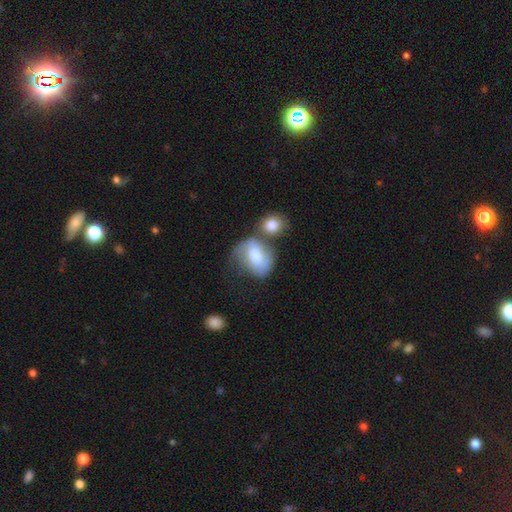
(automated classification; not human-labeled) Smooth or featured? smooth (55%)
How rounded? in between (65%)
Merging? merger (34%)